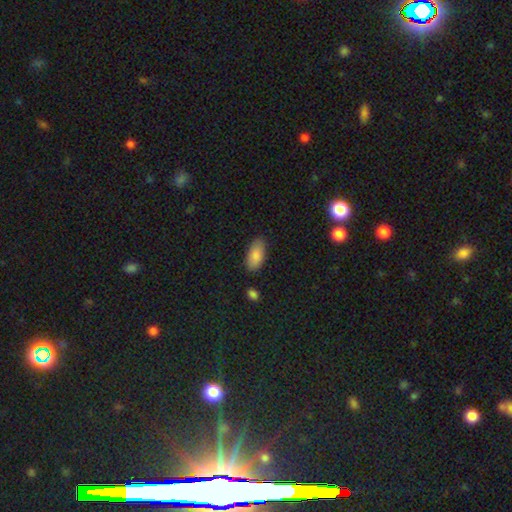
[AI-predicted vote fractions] Smooth or featured: smooth — 86% (featured or disk — 8%)
How rounded: in between — 92% (cigar-shaped — 5%)
Merging: none — 82% (minor disturbance — 13%)